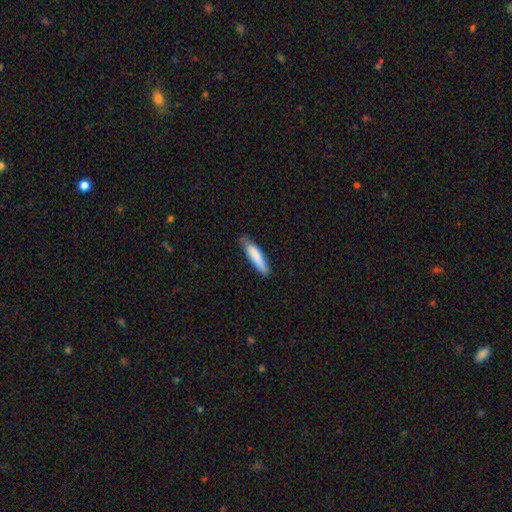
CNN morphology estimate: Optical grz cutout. It shows a smooth galaxy with no disk features (82%) that is cigar-shaped (77%). Merging: none (65%).